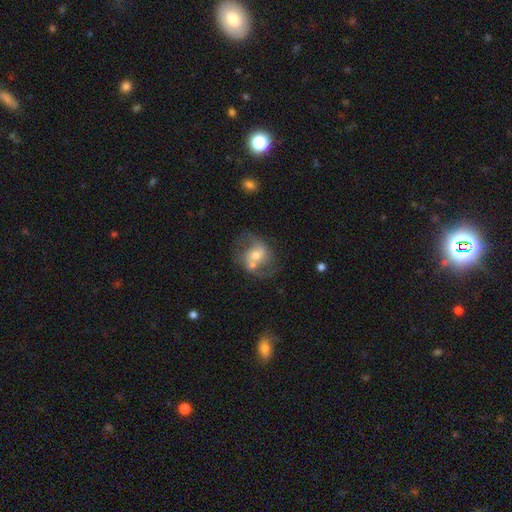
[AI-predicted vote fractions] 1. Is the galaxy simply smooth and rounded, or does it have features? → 67% featured or disk, 24% smooth, 8% star or artifact.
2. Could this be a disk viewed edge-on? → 97% no, 3% yes.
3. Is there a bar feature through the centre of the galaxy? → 53% no, 36% weak, 11% strong.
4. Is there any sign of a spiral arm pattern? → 81% yes, 19% no.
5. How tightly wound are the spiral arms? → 45% medium, 42% loose, 12% tight.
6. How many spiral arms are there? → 85% 2, 7% can't tell, 4% 1, 2% 3, 1% 4, 1% more than 4.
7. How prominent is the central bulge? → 62% moderate, 28% small, 7% large, 2% none, 1% dominant.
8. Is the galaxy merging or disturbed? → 47% none, 27% merger, 16% minor disturbance, 10% major disturbance.